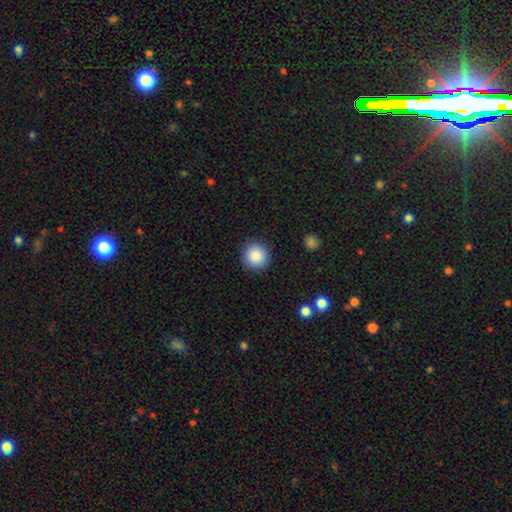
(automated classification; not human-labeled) The model was most divided on "smooth or featured": smooth: 88%, star or artifact: 8%, featured or disk: 4%. More confident: how rounded — round (94%); merging — none (91%).